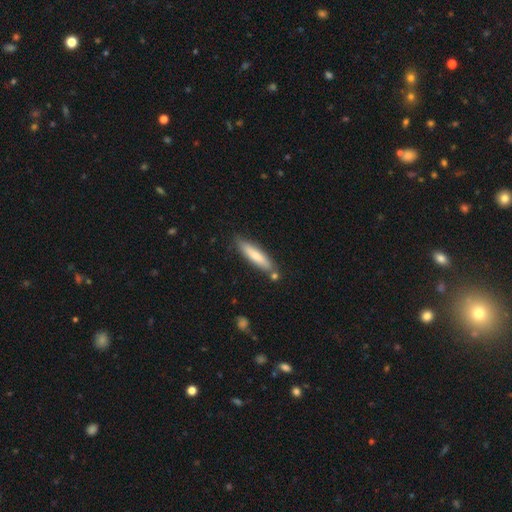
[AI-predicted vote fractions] This is likely a smooth galaxy (70%). How rounded: clearly cigar-shaped (81%). Merging: likely none (78%).